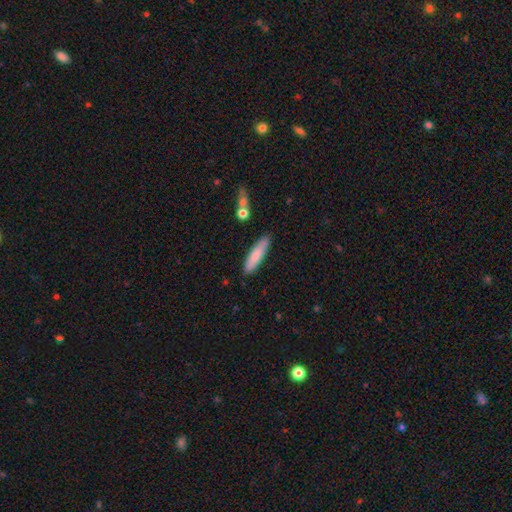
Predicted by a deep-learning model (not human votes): Overall: smooth (80%). How rounded: cigar-shaped (78%). Merging: none (84%).